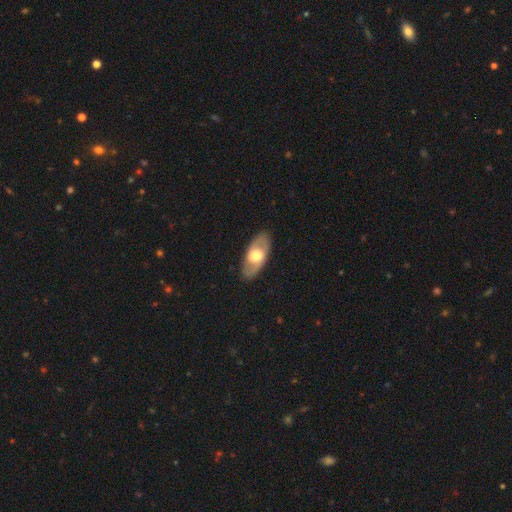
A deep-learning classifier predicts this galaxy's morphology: featured or disk 53%, smooth 42%, star or artifact 5%. Down the decision tree: edge-on disk — no (81%); merging — none (87%).